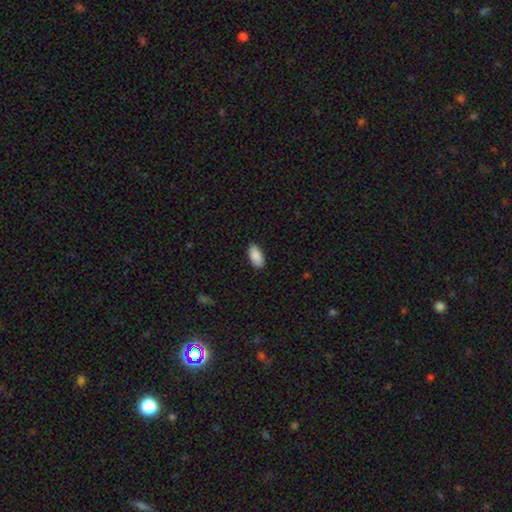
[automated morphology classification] Smooth or featured?
  - smooth: 89% *
  - star or artifact: 6%
  - featured or disk: 4%
How rounded?
  - in between: 93% *
  - cigar-shaped: 4%
  - round: 2%
Merging?
  - none: 86% *
  - minor disturbance: 11%
  - major disturbance: 2%
  - merger: 1%